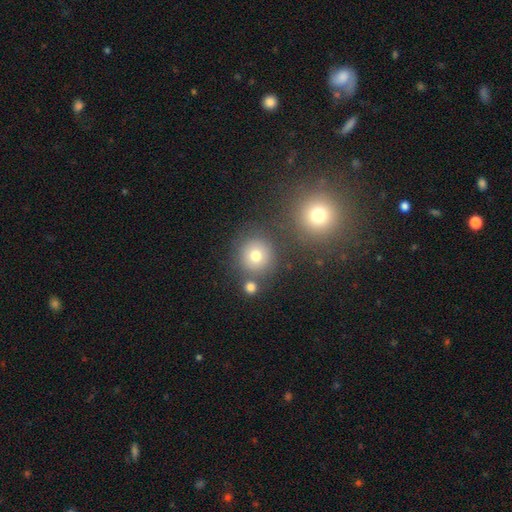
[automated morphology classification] This appears to be a smooth galaxy with no disk features (75%) that is round (92%). Merging: none (77%).